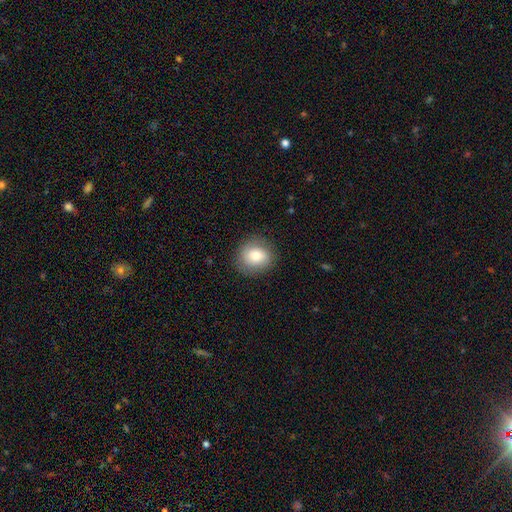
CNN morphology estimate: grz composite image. It shows a smooth galaxy with no disk features (74%) that is round (78%). Merging: none (85%).